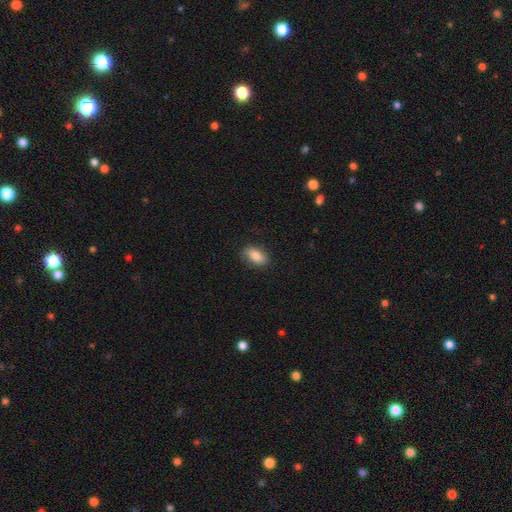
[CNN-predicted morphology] The model was most divided on "merging": none: 80%, minor disturbance: 15%, major disturbance: 4%, merger: 1%. More confident: how rounded — in between (90%); smooth or featured — smooth (81%).